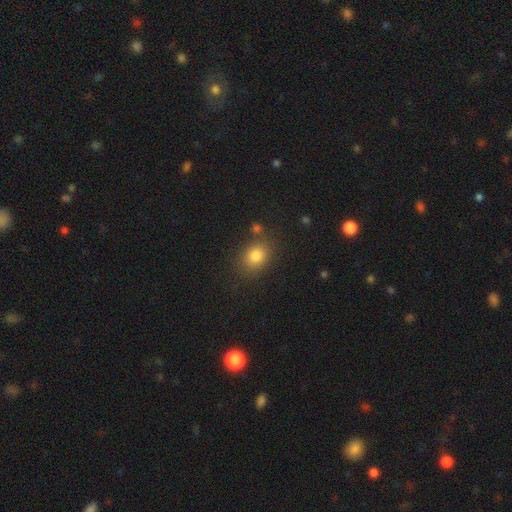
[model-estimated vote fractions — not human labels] This is clearly a smooth galaxy (81%). How rounded: possibly in between (50%). Merging: likely none (77%).